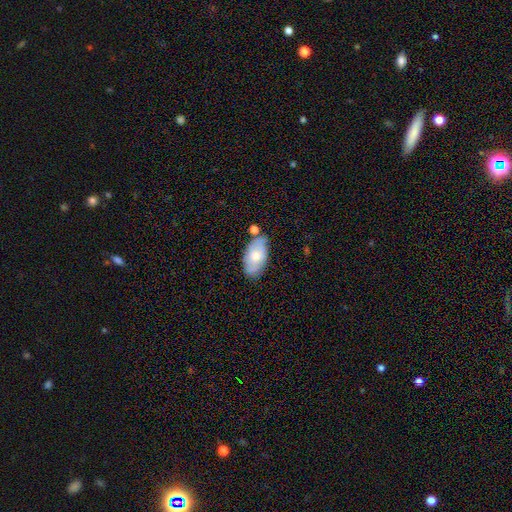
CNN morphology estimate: type=smooth (58%); roundness=in between (93%); merging=none (65%).